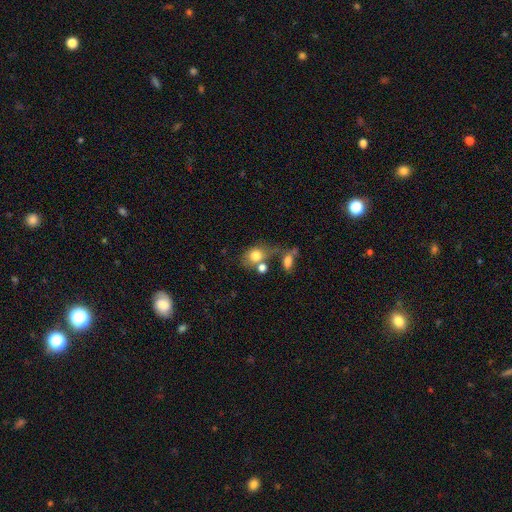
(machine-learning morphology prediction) This appears to be a smooth galaxy with no disk features (76%) that is round (56%). Merging: none (40%).